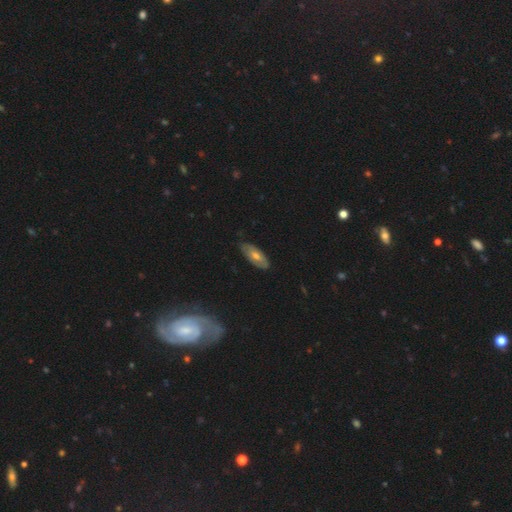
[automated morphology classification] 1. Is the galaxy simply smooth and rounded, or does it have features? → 49% featured or disk, 44% smooth, 7% star or artifact.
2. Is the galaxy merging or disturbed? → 80% none, 16% minor disturbance, 3% major disturbance, 1% merger.